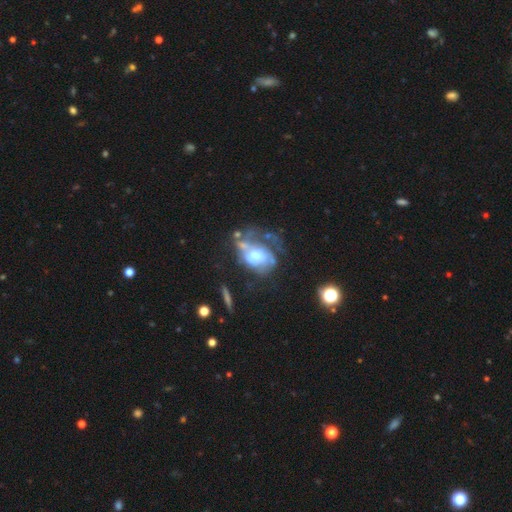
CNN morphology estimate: Smooth or featured? featured or disk (66%)
Edge-on disk? no (96%)
Bar? no (66%)
Spiral arms? yes (59%)
Bulge size? moderate (53%)
Merging? major disturbance (42%)